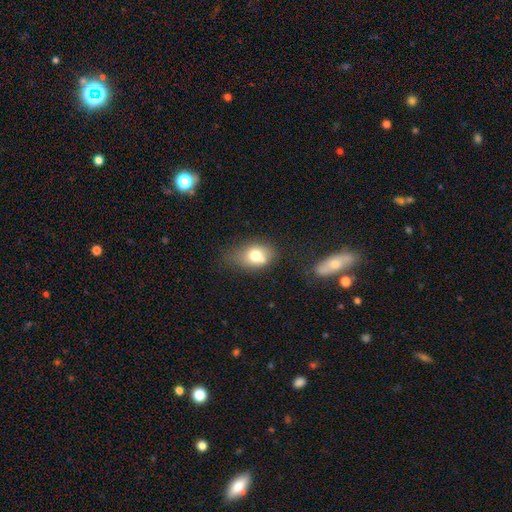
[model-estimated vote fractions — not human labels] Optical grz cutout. It shows a smooth galaxy with no disk features (72%) that is in between round and cigar-shaped (70%). Merging: none (46%).